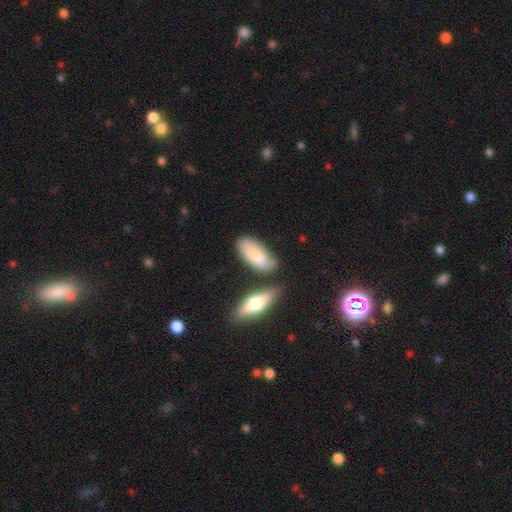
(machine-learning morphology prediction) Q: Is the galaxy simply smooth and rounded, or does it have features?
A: smooth — 78%.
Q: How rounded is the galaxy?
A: in between — 80%.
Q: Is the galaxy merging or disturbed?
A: none — 65%.